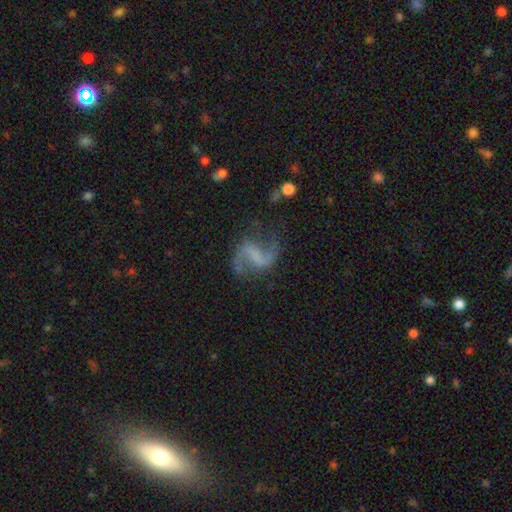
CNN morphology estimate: Q: Smooth or featured?
A: featured or disk (85%); runner-up: smooth (8%)
Q: Edge-on disk?
A: no (98%); runner-up: yes (2%)
Q: Bar?
A: weak (40%); runner-up: strong (37%)
Q: Spiral arms?
A: yes (95%); runner-up: no (5%)
Q: Spiral winding?
A: loose (67%); runner-up: medium (28%)
Q: Spiral arm count?
A: 2 (92%); runner-up: 1 (3%)
Q: Bulge size?
A: none (67%); runner-up: small (18%)
Q: Merging?
A: none (70%); runner-up: minor disturbance (16%)